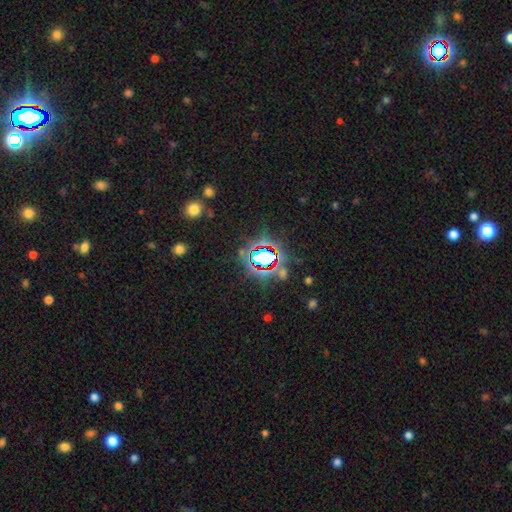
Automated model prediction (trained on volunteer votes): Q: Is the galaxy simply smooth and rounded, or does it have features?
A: star or artifact — 73%.